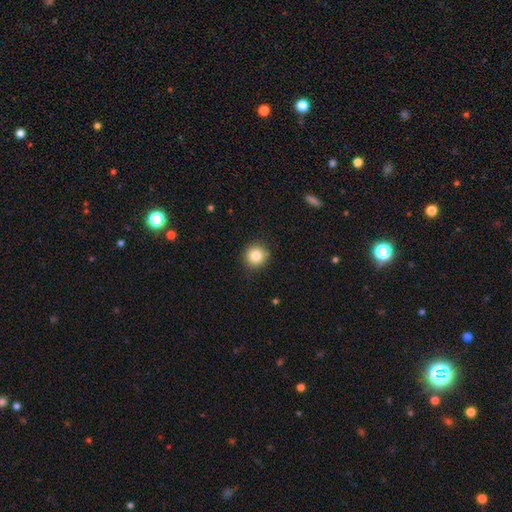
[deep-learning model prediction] This appears to be a smooth galaxy with no disk features (83%) that is round (93%). Merging: none (90%).